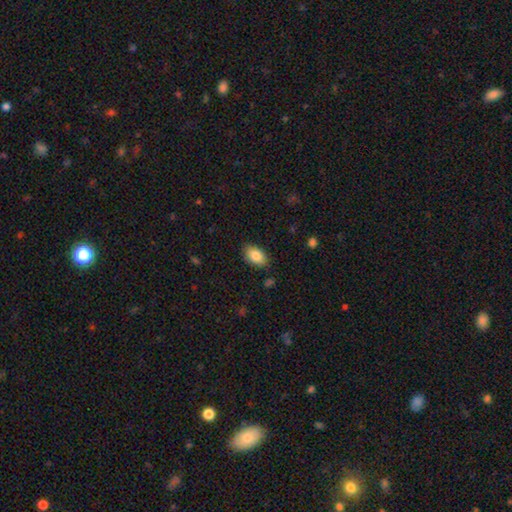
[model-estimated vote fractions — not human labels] Smooth or featured? smooth (85%)
How rounded? in between (91%)
Merging? none (85%)